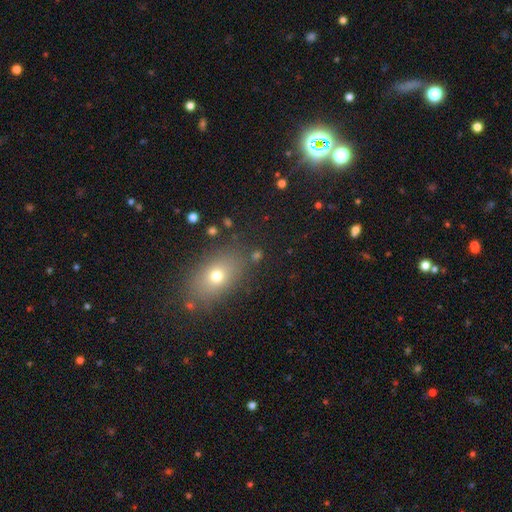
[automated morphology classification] Smooth or featured? smooth (65%)
How rounded? in between (69%)
Merging? none (81%)